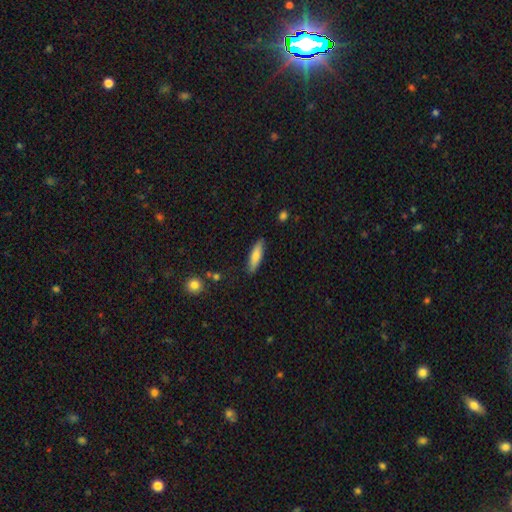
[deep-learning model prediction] Smooth or featured?
  - smooth: 79% *
  - featured or disk: 15%
  - star or artifact: 6%
How rounded?
  - cigar-shaped: 60% *
  - in between: 38%
  - round: 2%
Merging?
  - none: 87% *
  - minor disturbance: 9%
  - major disturbance: 2%
  - merger: 1%